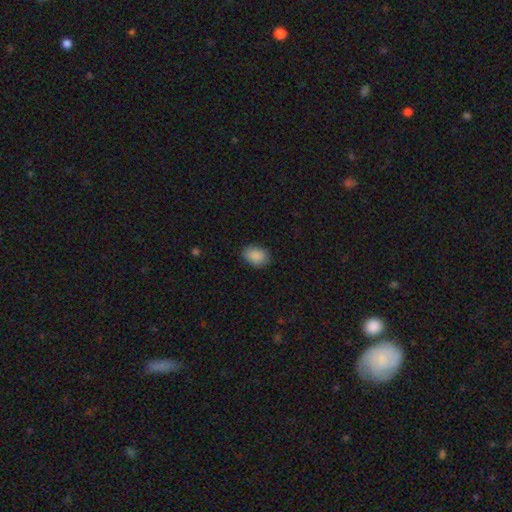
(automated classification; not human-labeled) Smooth or featured?
  - smooth: 89% *
  - star or artifact: 7%
  - featured or disk: 4%
How rounded?
  - in between: 71% *
  - round: 28%
  - cigar-shaped: 1%
Merging?
  - none: 83% *
  - minor disturbance: 13%
  - major disturbance: 3%
  - merger: 1%